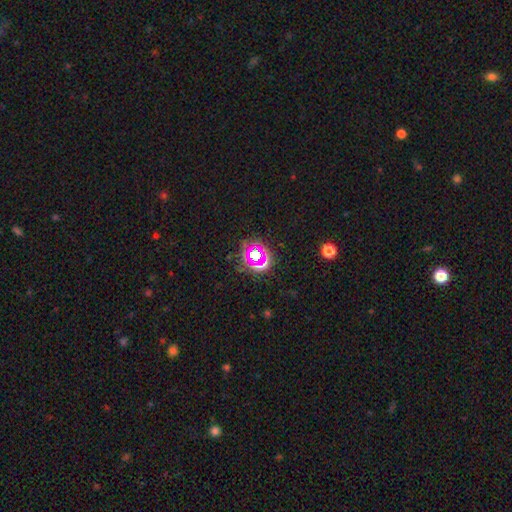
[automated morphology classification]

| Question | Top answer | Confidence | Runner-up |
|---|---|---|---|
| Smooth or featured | star or artifact | 68% | smooth (21%) |